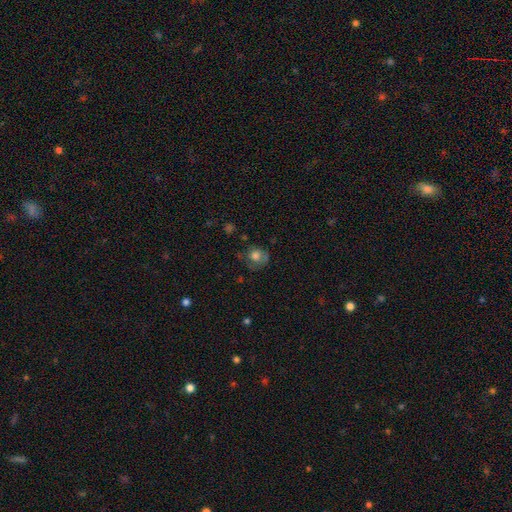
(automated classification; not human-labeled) Smooth or featured: smooth — 67% (featured or disk — 22%)
How rounded: round — 70% (in between — 29%)
Merging: none — 46% (minor disturbance — 28%)